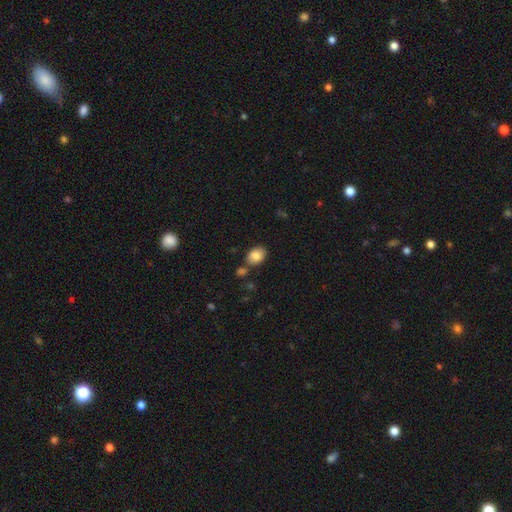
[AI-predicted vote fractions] smooth-or-featured: smooth: 84% | star or artifact: 8% | featured or disk: 8%
  how-rounded: in between: 78% | round: 21% | cigar-shaped: 1%
  merging: none: 71% | minor disturbance: 14% | merger: 12% | major disturbance: 3%